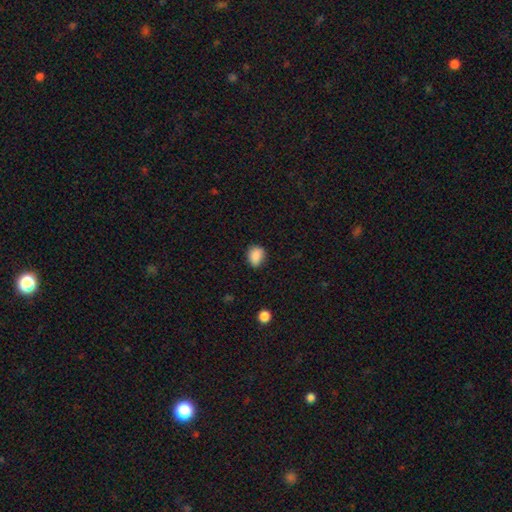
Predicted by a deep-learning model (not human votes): smooth_or_featured: smooth (p=0.88) [alt: star or artifact p=0.09]
how_rounded: in between (p=0.51) [alt: round p=0.48]
merging: none (p=0.81) [alt: minor disturbance p=0.15]